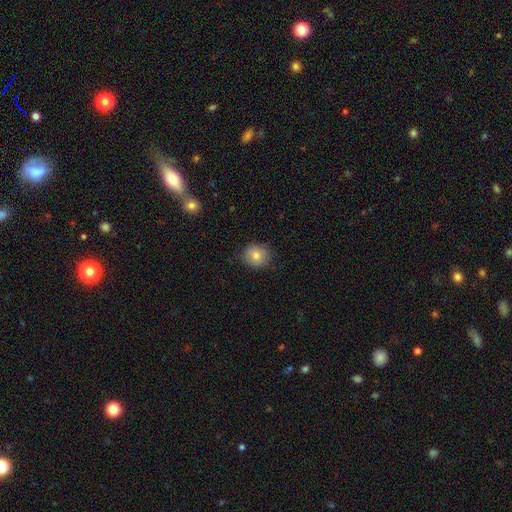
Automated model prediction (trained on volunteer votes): A smooth galaxy with no disk features (79%) that is round (78%). Merging: none (83%).